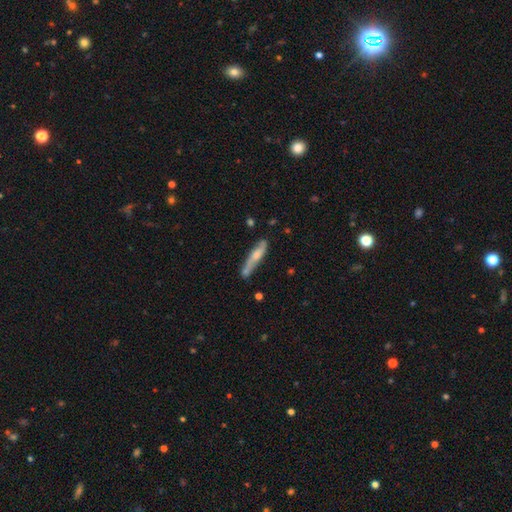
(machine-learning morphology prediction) This appears to be a featured or disk galaxy (48%). Merging: none (57%).